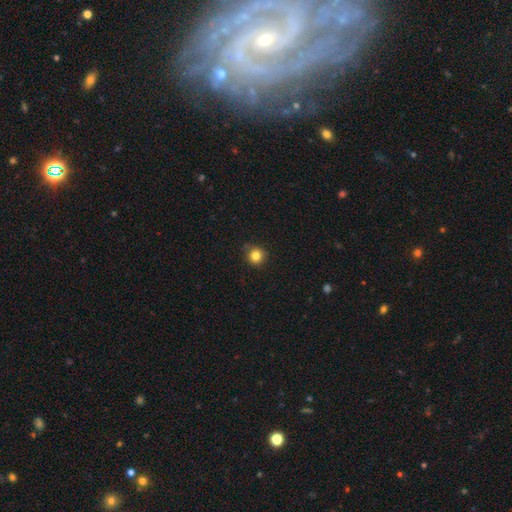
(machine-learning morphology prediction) smooth-or-featured: smooth: 83% | star or artifact: 12% | featured or disk: 5%
  how-rounded: round: 94% | in between: 5% | cigar-shaped: 1%
  merging: none: 89% | minor disturbance: 8% | major disturbance: 2% | merger: 1%